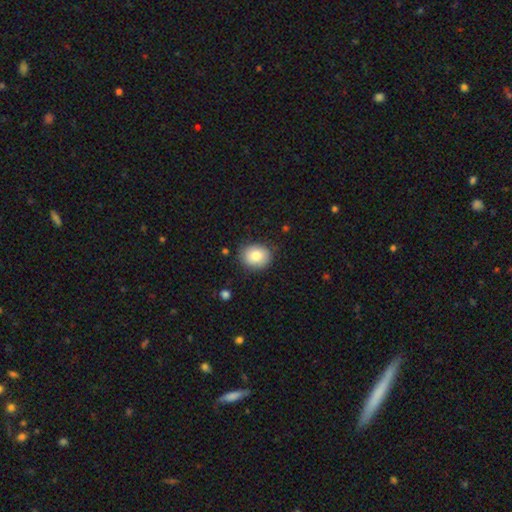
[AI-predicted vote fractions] Smooth or featured? smooth (84%)
How rounded? round (60%)
Merging? none (84%)